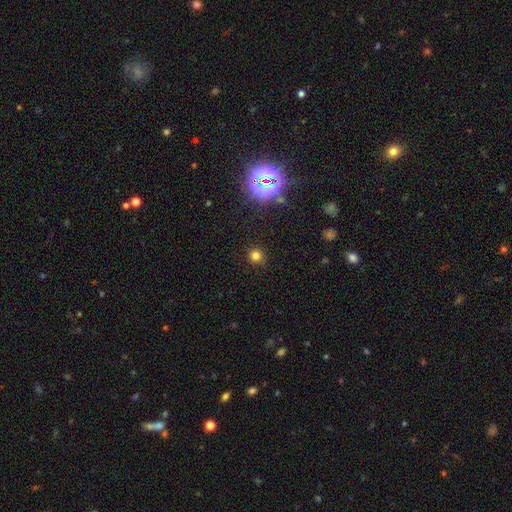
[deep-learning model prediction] Smooth or featured?
  - smooth: 76% *
  - star or artifact: 19%
  - featured or disk: 5%
How rounded?
  - round: 94% *
  - in between: 5%
  - cigar-shaped: 1%
Merging?
  - none: 89% *
  - minor disturbance: 7%
  - major disturbance: 3%
  - merger: 2%